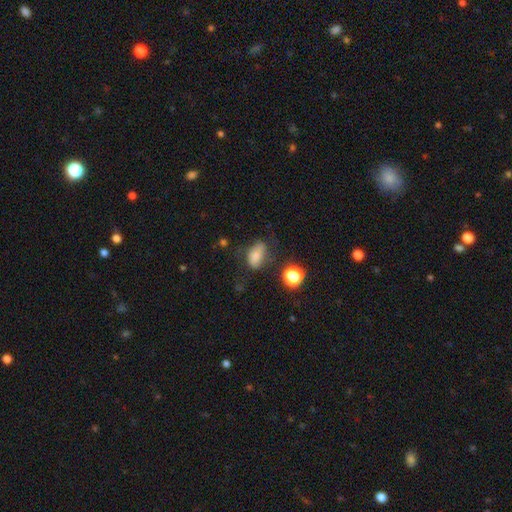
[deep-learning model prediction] smooth 74%, featured or disk 14%, star or artifact 12%. Down the decision tree: how rounded — in between (84%); merging — none (46%).